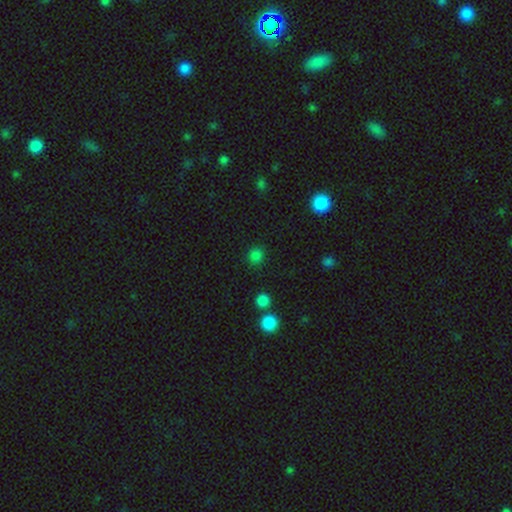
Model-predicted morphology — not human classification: Smooth or featured?
  - smooth: 80% *
  - star or artifact: 16%
  - featured or disk: 4%
How rounded?
  - round: 88% *
  - in between: 11%
  - cigar-shaped: 1%
Merging?
  - none: 87% *
  - minor disturbance: 7%
  - major disturbance: 3%
  - merger: 3%